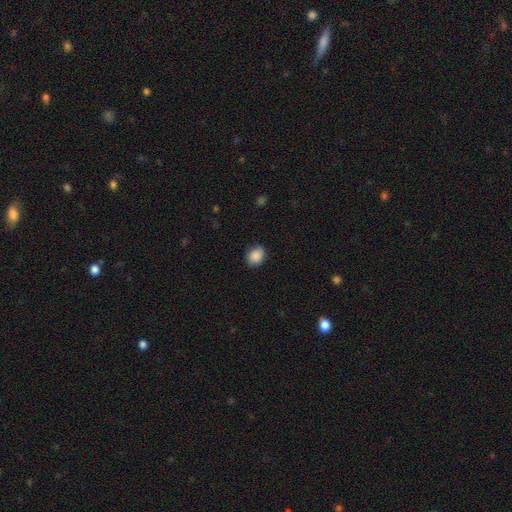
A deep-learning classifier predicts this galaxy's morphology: smooth_or_featured: smooth (p=0.89) [alt: star or artifact p=0.08]
how_rounded: in between (p=0.52) [alt: round p=0.47]
merging: none (p=0.86) [alt: minor disturbance p=0.11]